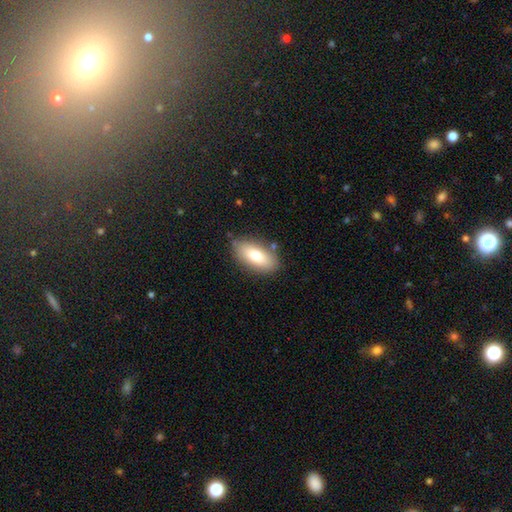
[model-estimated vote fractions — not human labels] Smooth or featured: smooth — 79% (featured or disk — 14%)
How rounded: in between — 88% (cigar-shaped — 9%)
Merging: none — 81% (minor disturbance — 13%)